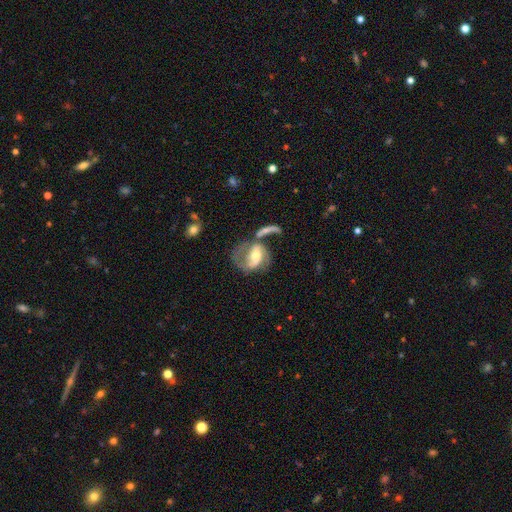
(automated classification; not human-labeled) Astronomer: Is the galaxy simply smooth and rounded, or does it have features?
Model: featured or disk — 78%.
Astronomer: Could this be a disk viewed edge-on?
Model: no — 96%.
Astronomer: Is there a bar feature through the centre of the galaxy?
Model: weak — 40% (runner-up: strong, 31%).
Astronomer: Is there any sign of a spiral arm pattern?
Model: yes — 86%.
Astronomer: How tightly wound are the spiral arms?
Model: medium — 46% (runner-up: loose, 36%).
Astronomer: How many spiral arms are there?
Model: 2 — 76%.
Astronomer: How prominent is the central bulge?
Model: moderate — 63%.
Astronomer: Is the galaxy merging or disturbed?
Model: none — 34% (runner-up: major disturbance, 25%).